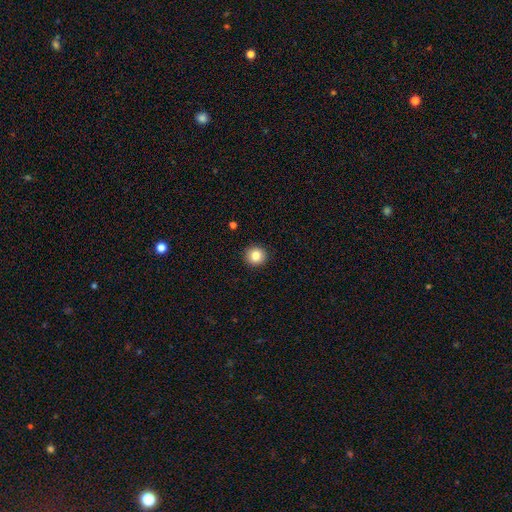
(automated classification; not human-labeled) Morphology: type=smooth (84%); roundness=round (93%); merging=none (93%).